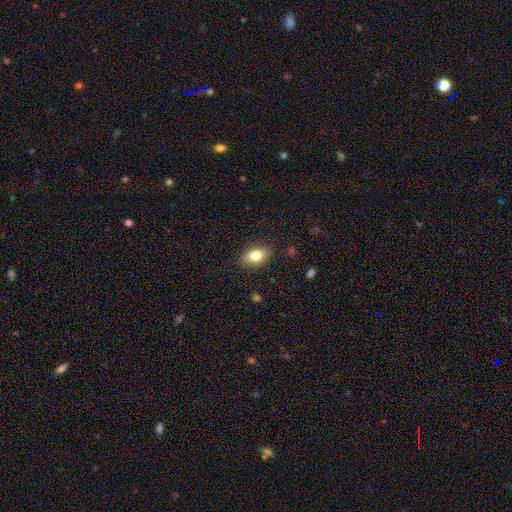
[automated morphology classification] A smooth galaxy with no disk features (79%) that is in between round and cigar-shaped (85%).

Vote fractions:
- Smooth or featured? smooth: 79% / featured or disk: 13% / star or artifact: 8%
- How rounded? in between: 85% / round: 13% / cigar-shaped: 3%
- Merging? none: 84% / minor disturbance: 12% / major disturbance: 3% / merger: 1%